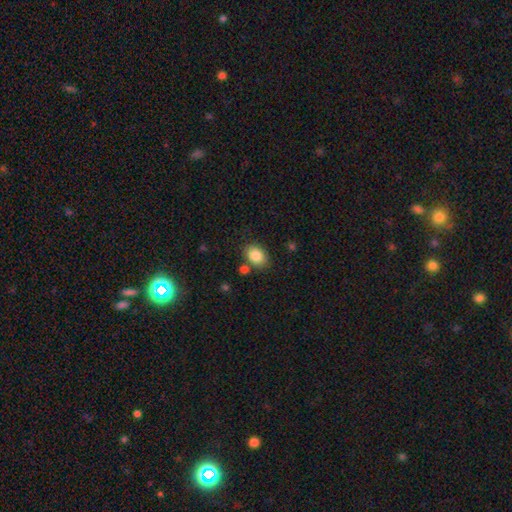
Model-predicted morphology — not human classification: This is clearly a smooth galaxy (86%). How rounded: likely in between (72%). Merging: likely none (77%).